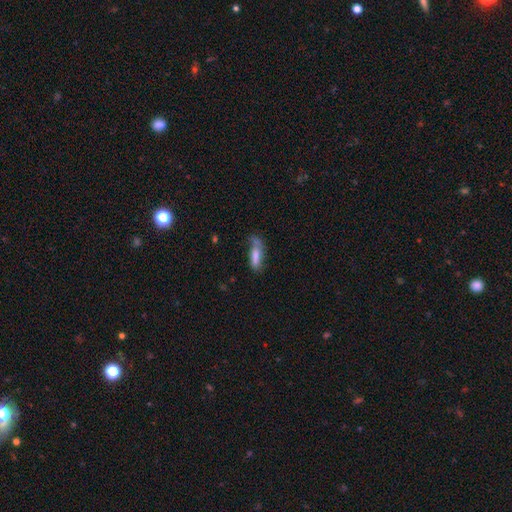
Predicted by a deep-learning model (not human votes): Overall: smooth (74%). How rounded: in between (54%; cigar-shaped 44%). Merging: none (38%; minor disturbance 30%).